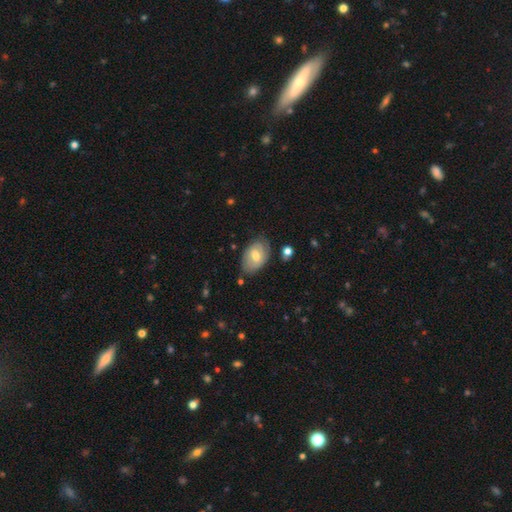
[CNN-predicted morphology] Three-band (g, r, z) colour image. It shows a smooth galaxy with no disk features (53%) that is in between round and cigar-shaped (89%). Merging: none (69%).